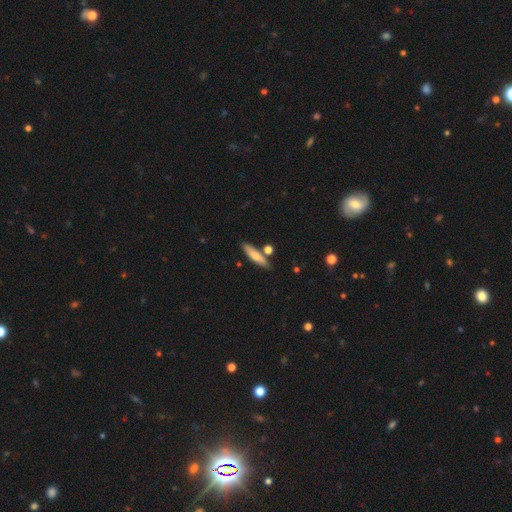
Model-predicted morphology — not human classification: Q: Smooth or featured?
A: smooth (74%); runner-up: featured or disk (20%)
Q: How rounded?
A: cigar-shaped (78%); runner-up: in between (20%)
Q: Merging?
A: none (78%); runner-up: minor disturbance (11%)